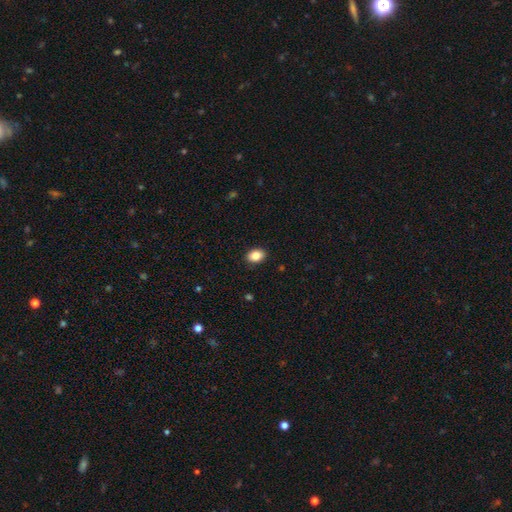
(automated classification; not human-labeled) Smooth or featured: smooth — 86% (star or artifact — 8%)
How rounded: in between — 76% (round — 23%)
Merging: none — 90% (minor disturbance — 7%)